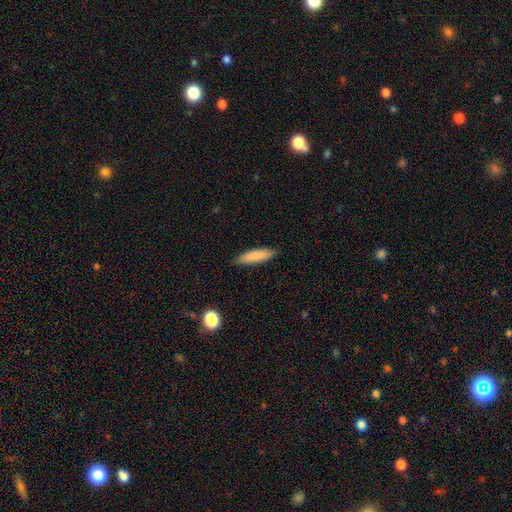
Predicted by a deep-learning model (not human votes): smooth_or_featured: smooth (p=0.86) [alt: featured or disk p=0.08]
how_rounded: cigar-shaped (p=0.61) [alt: in between p=0.37]
merging: none (p=0.85) [alt: minor disturbance p=0.12]